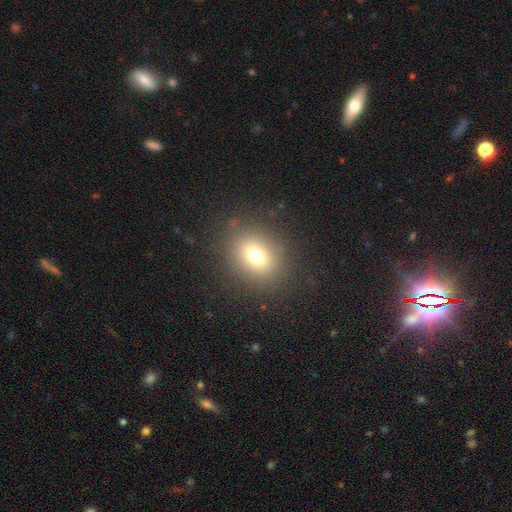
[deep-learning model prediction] This is likely a smooth galaxy (73%). How rounded: possibly round (52%). Merging: clearly none (84%).